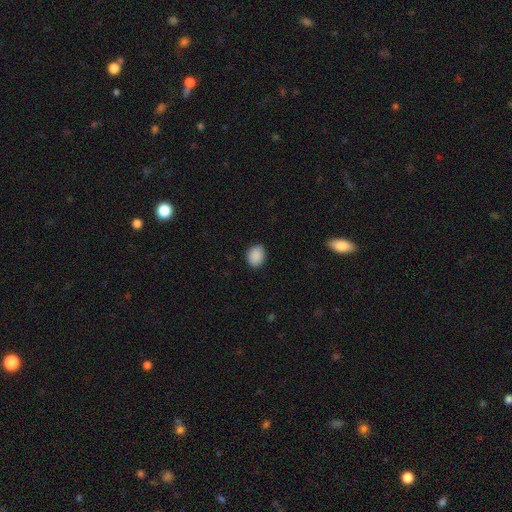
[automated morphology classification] type=smooth (90%); roundness=round (51%); merging=none (88%).